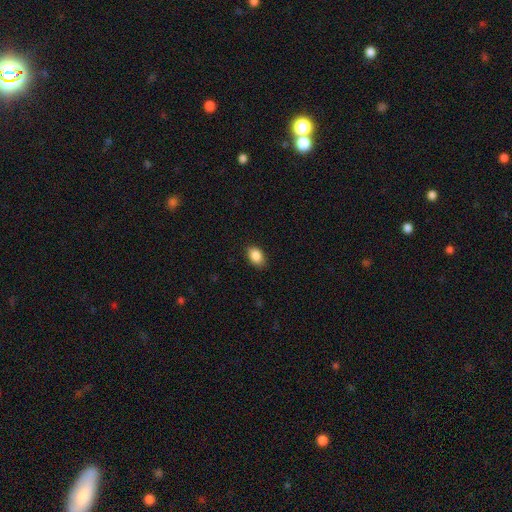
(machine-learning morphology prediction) type=smooth (88%); roundness=in between (84%); merging=none (86%).